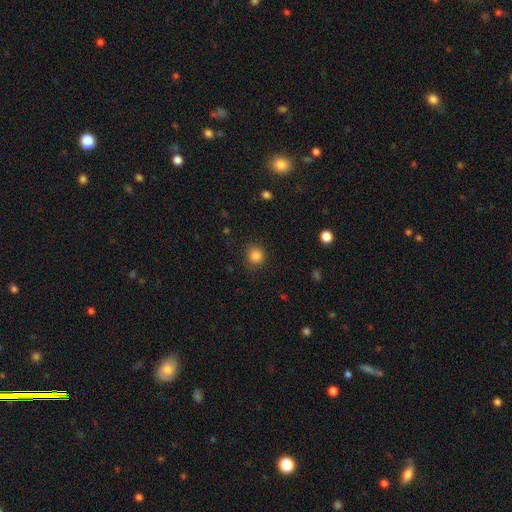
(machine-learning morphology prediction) This appears to be a smooth galaxy with no disk features (85%) that is round (88%). Merging: none (82%).